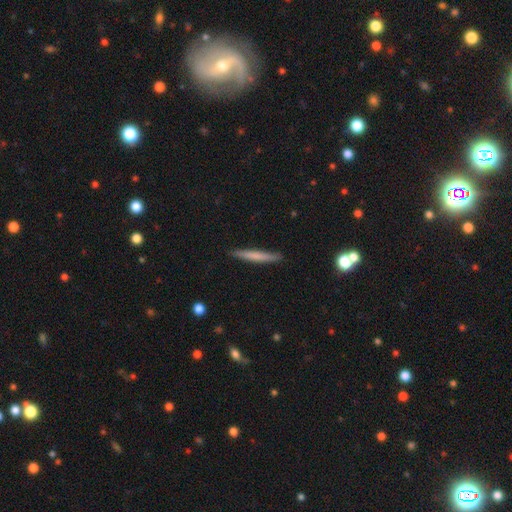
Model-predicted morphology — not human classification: Overall: smooth (65%; featured or disk 29%). How rounded: cigar-shaped (96%). Merging: none (89%).